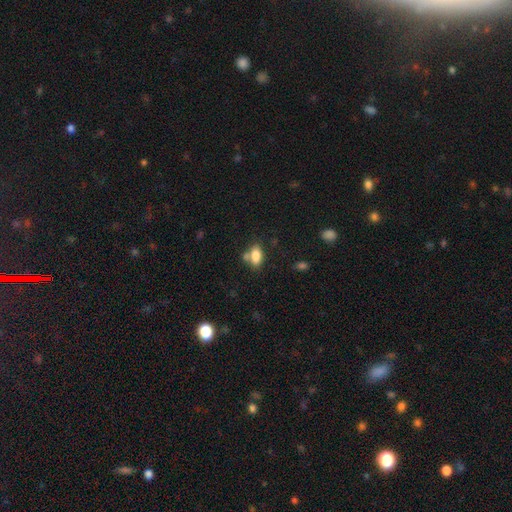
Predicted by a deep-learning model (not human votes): This is clearly a smooth galaxy (82%). How rounded: clearly in between (88%). Merging: possibly none (59%).